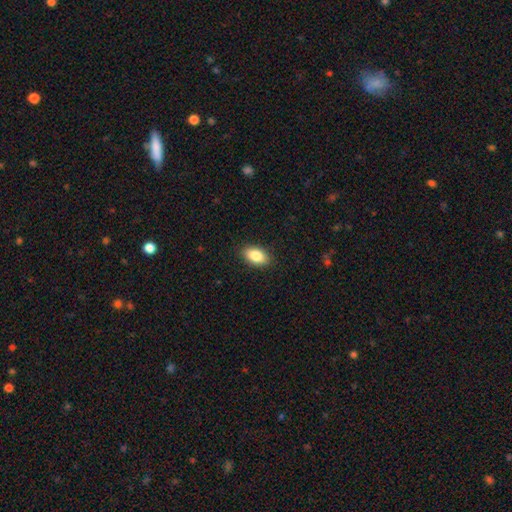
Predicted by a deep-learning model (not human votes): Smooth or featured?
  - smooth: 86% *
  - star or artifact: 7%
  - featured or disk: 6%
How rounded?
  - in between: 91% *
  - round: 7%
  - cigar-shaped: 2%
Merging?
  - none: 89% *
  - minor disturbance: 8%
  - major disturbance: 2%
  - merger: 1%